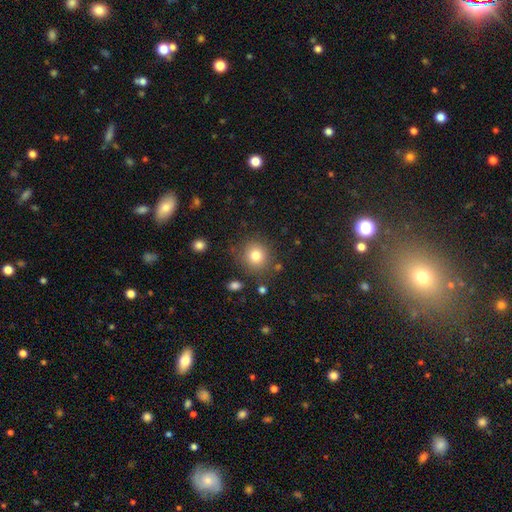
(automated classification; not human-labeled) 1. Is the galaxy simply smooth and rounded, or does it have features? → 81% smooth, 11% star or artifact, 8% featured or disk.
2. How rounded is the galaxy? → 87% round, 12% in between, 1% cigar-shaped.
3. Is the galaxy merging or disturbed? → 80% none, 12% minor disturbance, 4% major disturbance, 4% merger.